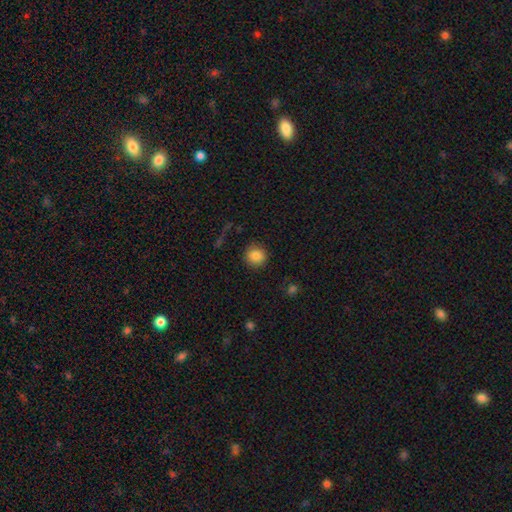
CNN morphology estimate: Smooth or featured: smooth — 86% (star or artifact — 10%)
How rounded: round — 91% (in between — 8%)
Merging: none — 88% (minor disturbance — 8%)